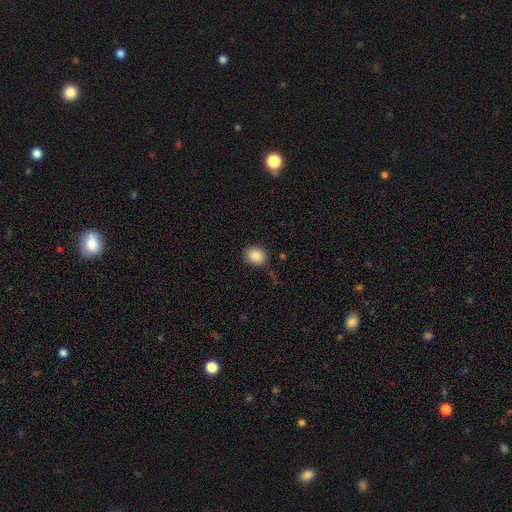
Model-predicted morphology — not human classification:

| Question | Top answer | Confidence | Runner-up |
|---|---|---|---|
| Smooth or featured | smooth | 87% | star or artifact (9%) |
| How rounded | round | 66% | in between (33%) |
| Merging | none | 83% | minor disturbance (12%) |